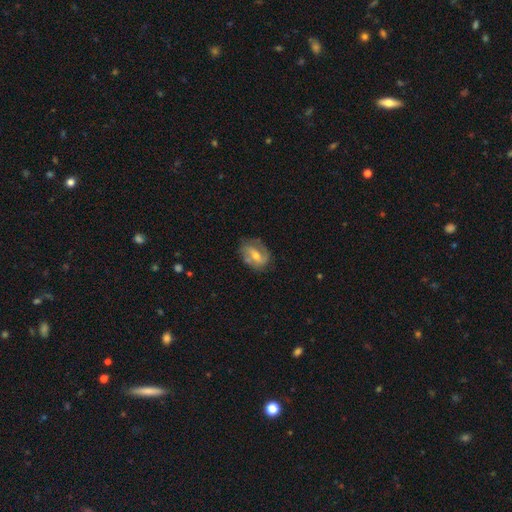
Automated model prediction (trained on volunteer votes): This appears to be a featured or disk galaxy (68%) with a weak bar (44%), 2 (72%) medium (44%) spiral arms (84%) and a moderate central bulge (60%). Merging: none (64%).